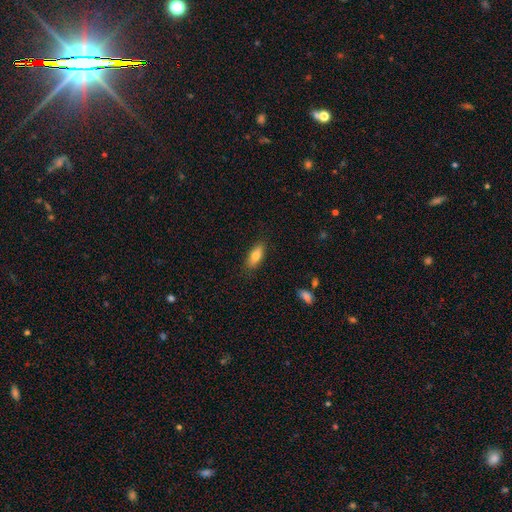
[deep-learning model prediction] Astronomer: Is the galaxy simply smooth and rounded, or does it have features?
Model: smooth — 76%.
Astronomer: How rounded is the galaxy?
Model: in between — 74%.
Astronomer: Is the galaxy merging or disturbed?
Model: none — 85%.